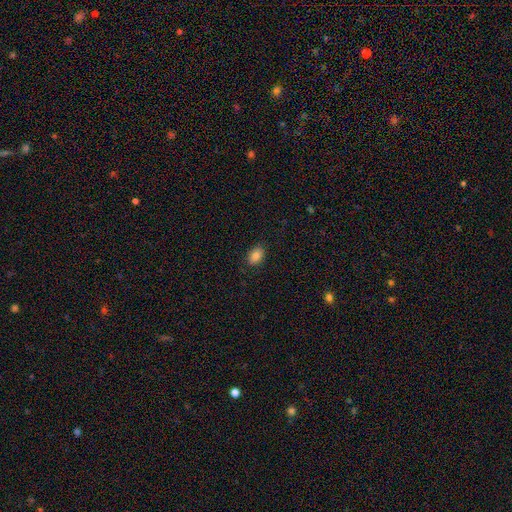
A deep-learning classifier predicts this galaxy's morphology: Smooth or featured: smooth — 86% (star or artifact — 9%)
How rounded: in between — 83% (round — 16%)
Merging: none — 86% (minor disturbance — 11%)